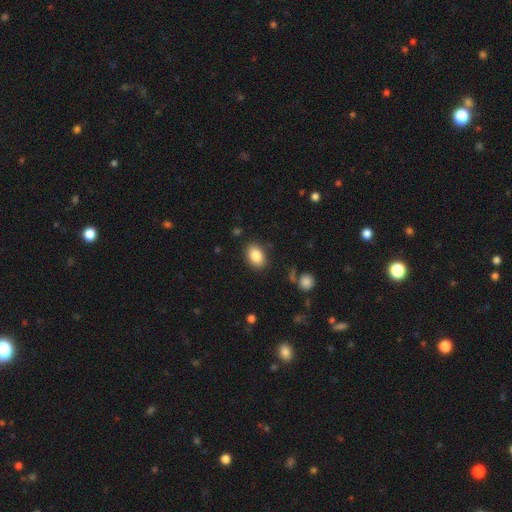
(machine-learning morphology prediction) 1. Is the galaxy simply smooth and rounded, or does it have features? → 85% smooth, 8% star or artifact, 7% featured or disk.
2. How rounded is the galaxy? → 83% in between, 16% round, 1% cigar-shaped.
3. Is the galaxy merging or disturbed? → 86% none, 10% minor disturbance, 3% major disturbance, 2% merger.